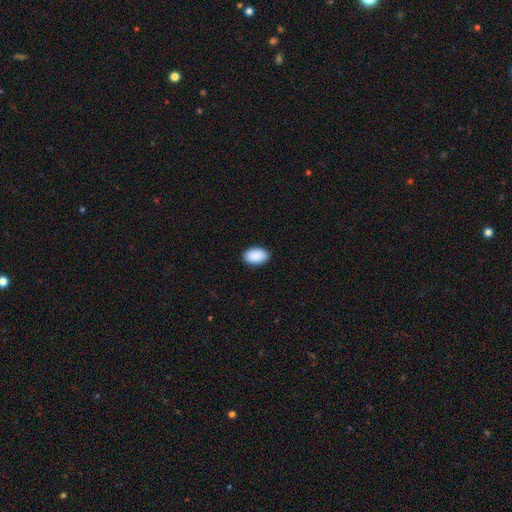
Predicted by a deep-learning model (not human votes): Smooth or featured: smooth — 92% (star or artifact — 6%)
How rounded: in between — 94% (round — 5%)
Merging: none — 90% (minor disturbance — 8%)